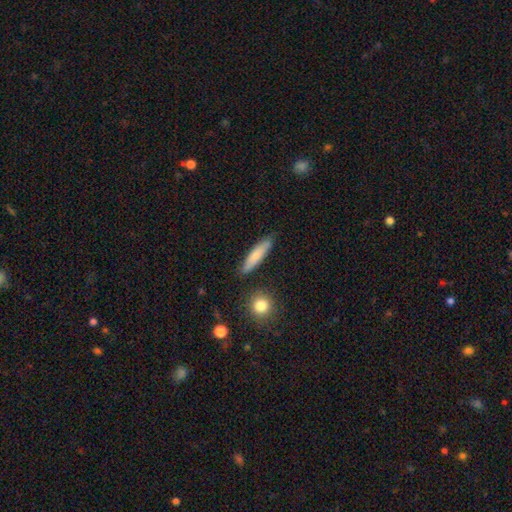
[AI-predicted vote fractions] smooth 73%, featured or disk 21%, star or artifact 6%. Down the decision tree: how rounded — cigar-shaped (77%); merging — none (83%).